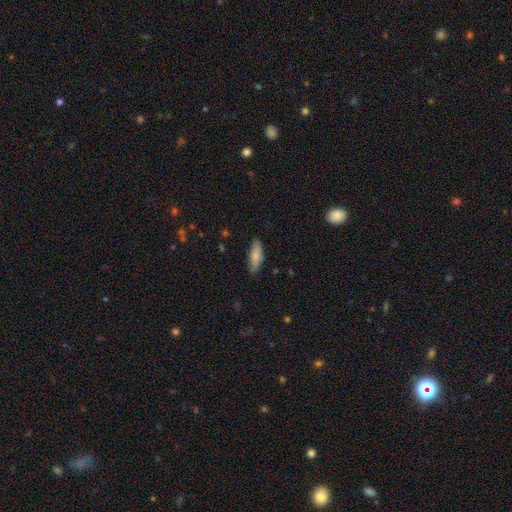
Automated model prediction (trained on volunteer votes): Smooth or featured? Predicted: smooth (p=0.81). How rounded? Predicted: in between (p=0.60). Merging? Predicted: none (p=0.81).